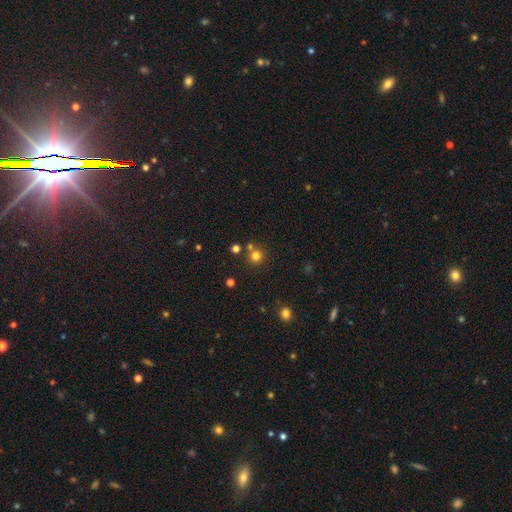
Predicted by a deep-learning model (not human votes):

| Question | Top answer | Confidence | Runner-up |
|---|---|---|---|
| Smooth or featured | smooth | 76% | star or artifact (17%) |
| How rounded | round | 93% | in between (6%) |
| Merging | none | 74% | merger (16%) |